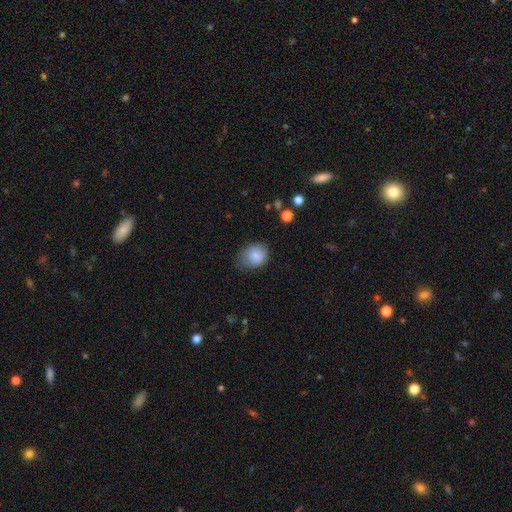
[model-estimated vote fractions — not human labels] Overall: smooth (84%). How rounded: in between (52%; round 47%). Merging: none (60%; minor disturbance 30%).